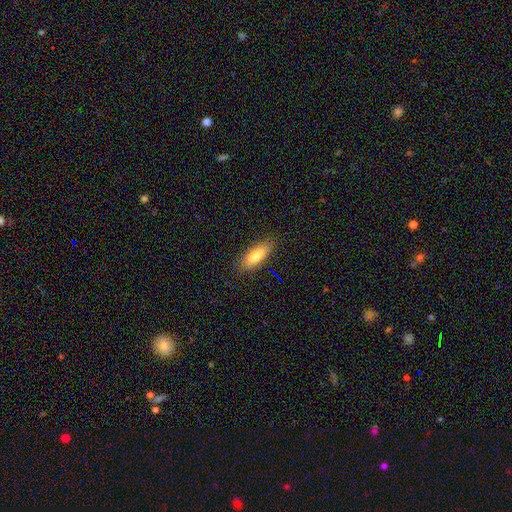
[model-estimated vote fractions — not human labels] smooth-or-featured: smooth: 75% | featured or disk: 17% | star or artifact: 7%
  how-rounded: in between: 55% | cigar-shaped: 43% | round: 2%
  merging: none: 84% | minor disturbance: 12% | major disturbance: 3% | merger: 1%